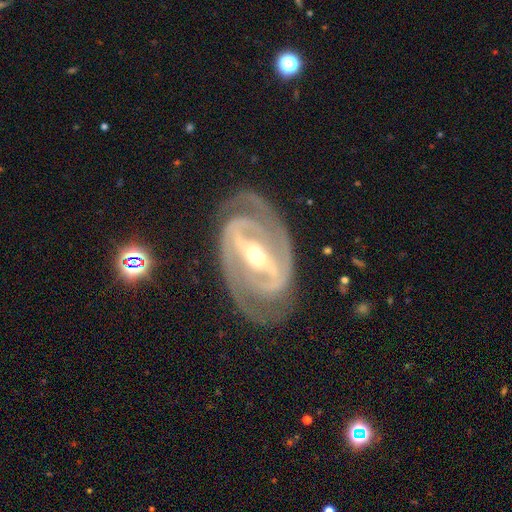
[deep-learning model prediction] Smooth or featured: featured or disk — 90% (smooth — 6%)
Edge-on disk: no — 95% (yes — 5%)
Bar: strong — 67% (weak — 22%)
Spiral arms: yes — 92% (no — 8%)
Spiral winding: tight — 56% (medium — 35%)
Spiral arm count: 2 — 83% (can't tell — 7%)
Bulge size: moderate — 60% (small — 34%)
Merging: none — 75% (minor disturbance — 16%)